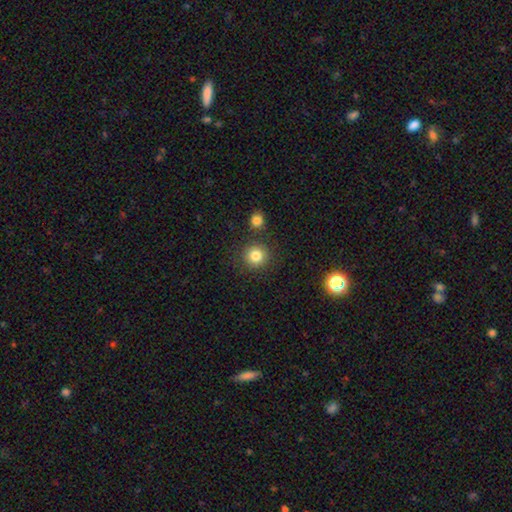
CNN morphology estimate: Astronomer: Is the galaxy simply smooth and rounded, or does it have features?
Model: smooth — 83%.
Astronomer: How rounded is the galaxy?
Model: round — 92%.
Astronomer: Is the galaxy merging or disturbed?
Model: none — 84%.